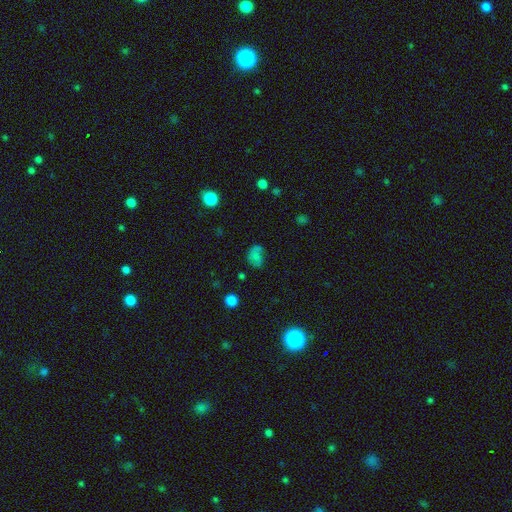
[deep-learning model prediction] Smooth or featured? Predicted: smooth (p=0.60). How rounded? Predicted: in between (p=0.62). Merging? Predicted: none (p=0.48).